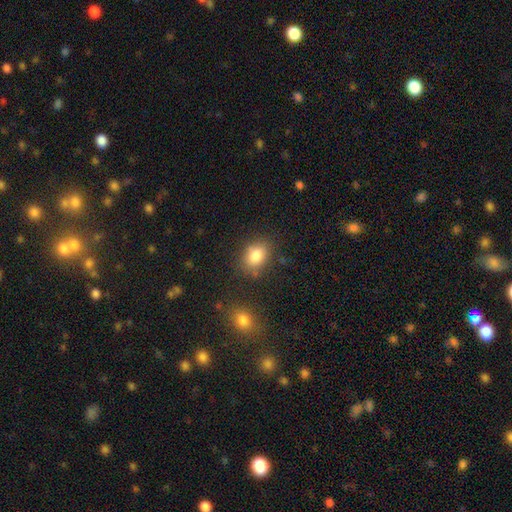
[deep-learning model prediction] A smooth galaxy with no disk features (83%) that is in between round and cigar-shaped (62%). Merging: none (75%).